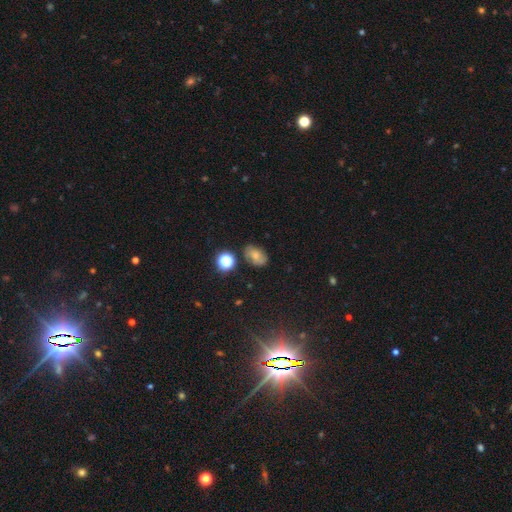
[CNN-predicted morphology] Smooth or featured? smooth (63%)
How rounded? in between (78%)
Merging? none (72%)